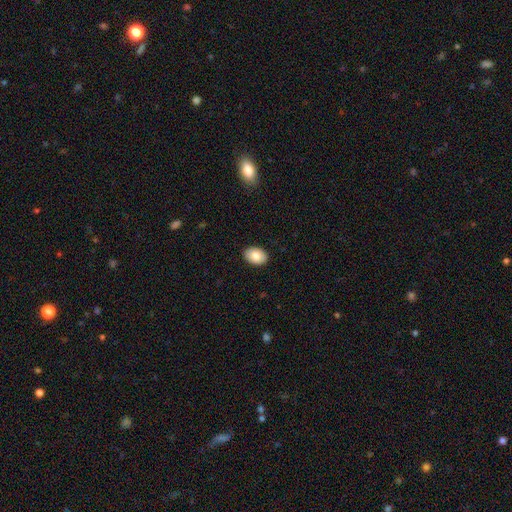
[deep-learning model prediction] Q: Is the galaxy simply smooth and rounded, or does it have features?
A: smooth — 79%.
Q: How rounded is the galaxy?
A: in between — 82%.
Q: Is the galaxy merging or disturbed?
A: none — 90%.